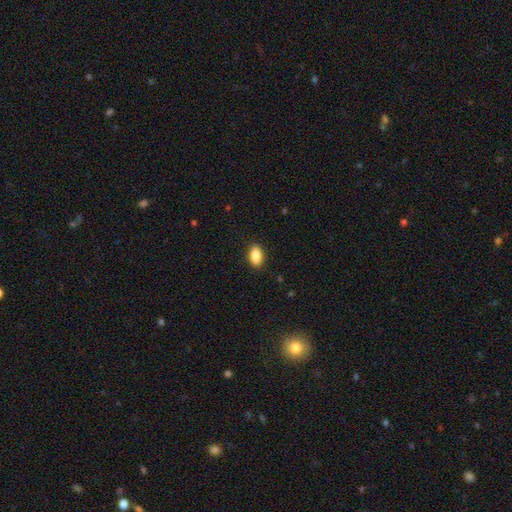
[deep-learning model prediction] This appears to be a smooth galaxy with no disk features (88%) that is in between round and cigar-shaped (90%). Merging: none (88%).